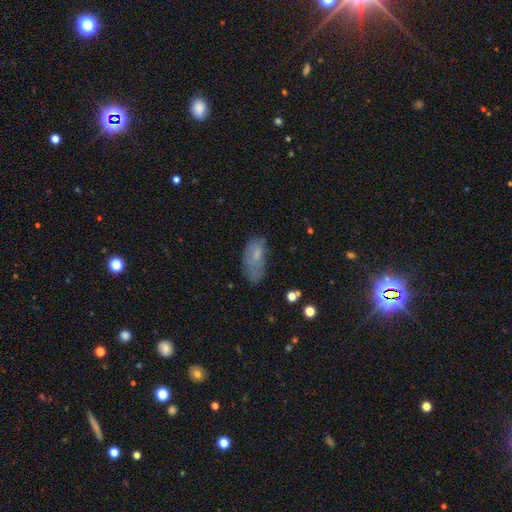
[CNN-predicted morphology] Smooth or featured? smooth (64%)
How rounded? in between (88%)
Merging? none (48%)